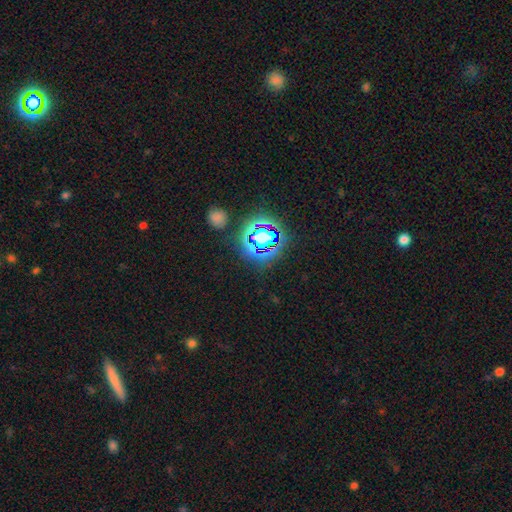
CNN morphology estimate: This is likely a star or artifact rather than a galaxy (76%).